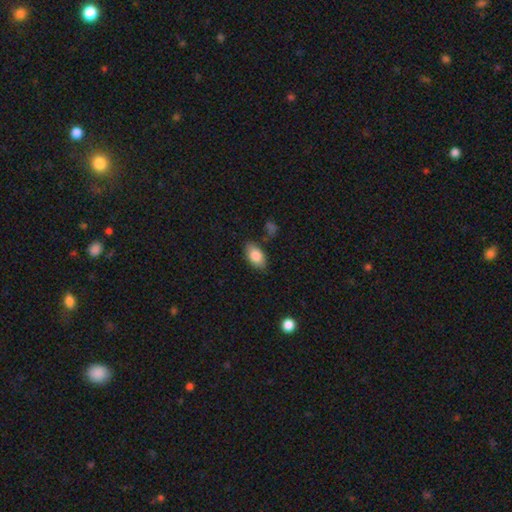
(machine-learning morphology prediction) Q: Smooth or featured?
A: smooth (83%); runner-up: featured or disk (10%)
Q: How rounded?
A: in between (91%); runner-up: round (7%)
Q: Merging?
A: none (79%); runner-up: minor disturbance (15%)